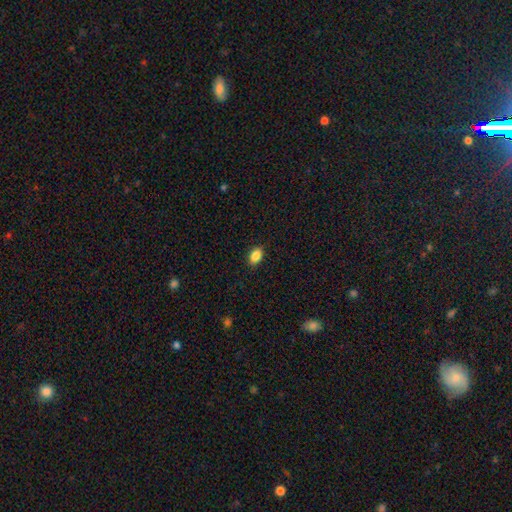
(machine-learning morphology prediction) type=smooth (87%); roundness=in between (83%); merging=none (88%).